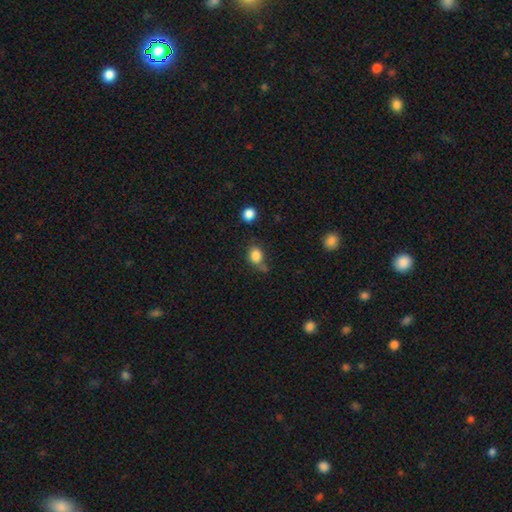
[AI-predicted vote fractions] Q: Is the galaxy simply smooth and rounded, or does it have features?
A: smooth — 83%.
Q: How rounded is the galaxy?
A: round — 56%.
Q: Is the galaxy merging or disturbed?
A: none — 57%.